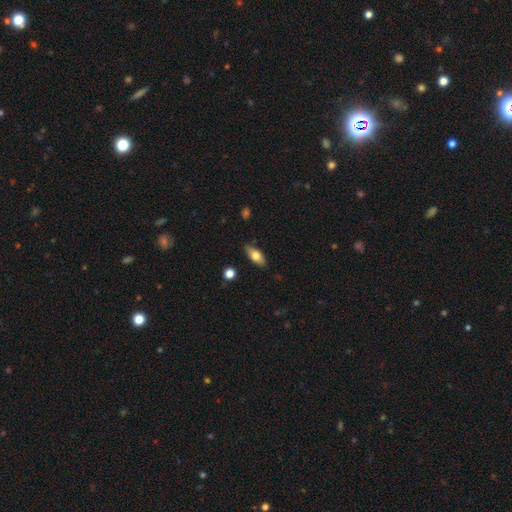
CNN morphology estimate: smooth_or_featured: smooth (p=0.68) [alt: featured or disk p=0.26]
how_rounded: in between (p=0.76) [alt: cigar-shaped p=0.21]
merging: none (p=0.84) [alt: minor disturbance p=0.12]